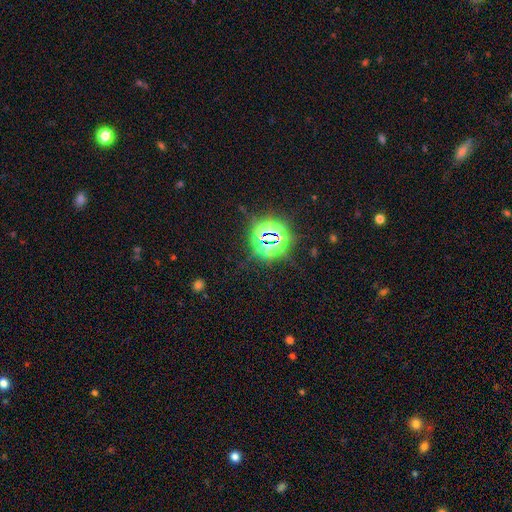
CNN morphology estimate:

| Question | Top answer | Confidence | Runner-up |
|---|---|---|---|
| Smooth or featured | star or artifact | 81% | smooth (12%) |